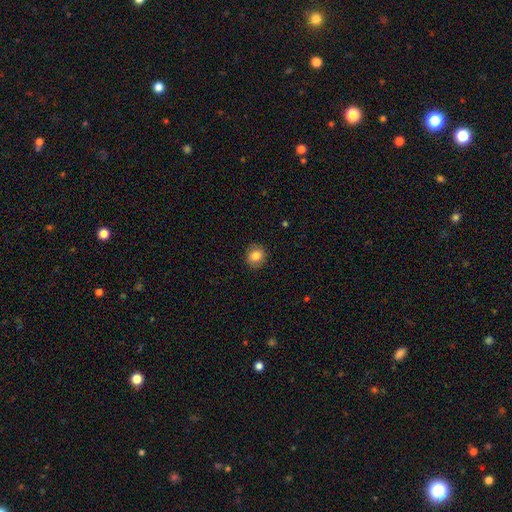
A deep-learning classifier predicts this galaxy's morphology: smooth 84%, star or artifact 9%, featured or disk 7%. Down the decision tree: how rounded — round (77%); merging — none (88%).